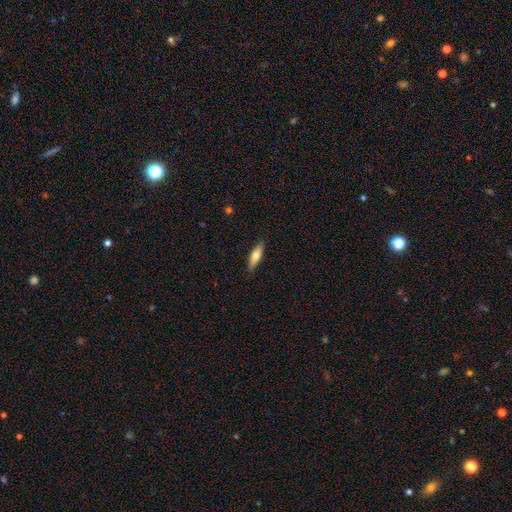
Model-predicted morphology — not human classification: smooth-or-featured: smooth: 61% | featured or disk: 33% | star or artifact: 6%
  how-rounded: cigar-shaped: 61% | in between: 37% | round: 2%
  merging: none: 88% | minor disturbance: 9% | major disturbance: 2% | merger: 1%